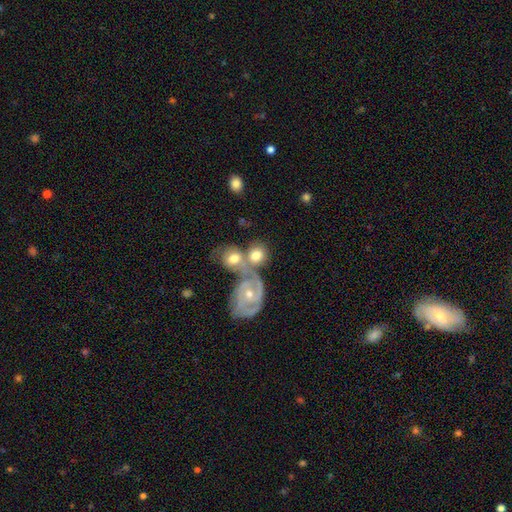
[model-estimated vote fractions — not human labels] Smooth or featured?
  - smooth: 52% *
  - featured or disk: 40%
  - star or artifact: 7%
How rounded?
  - round: 62% *
  - in between: 36%
  - cigar-shaped: 1%
Merging?
  - merger: 54% *
  - none: 30%
  - minor disturbance: 10%
  - major disturbance: 6%